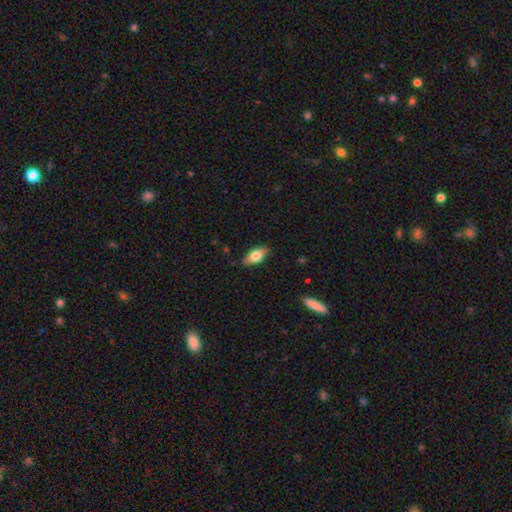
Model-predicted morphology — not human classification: A smooth galaxy with no disk features (77%) that is in between round and cigar-shaped (89%). Merging: none (84%).